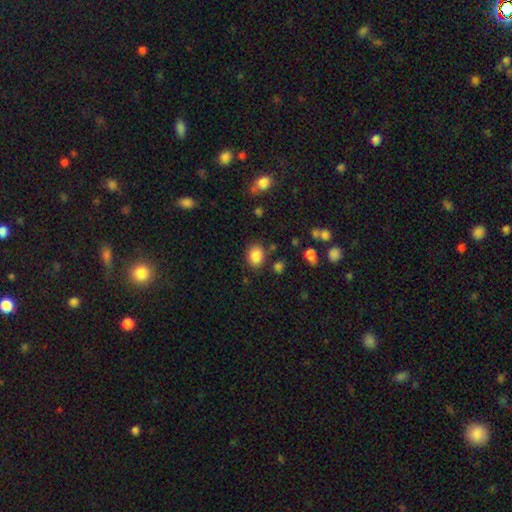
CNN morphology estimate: This is clearly a smooth galaxy (85%). How rounded: possibly in between (54%). Merging: clearly none (83%).